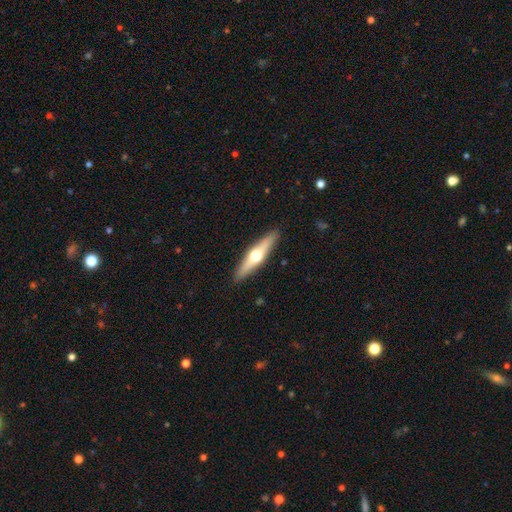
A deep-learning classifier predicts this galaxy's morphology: The model was most divided on "smooth or featured": featured or disk: 60%, smooth: 35%, star or artifact: 5%. More confident: edge-on bulge — rounded (95%); edge-on disk — yes (95%); merging — none (91%).